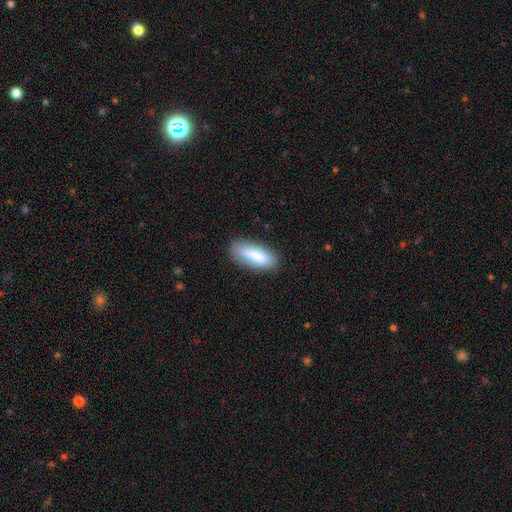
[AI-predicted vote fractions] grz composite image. It shows a smooth galaxy with no disk features (82%) that is in between round and cigar-shaped (68%). Merging: none (81%).